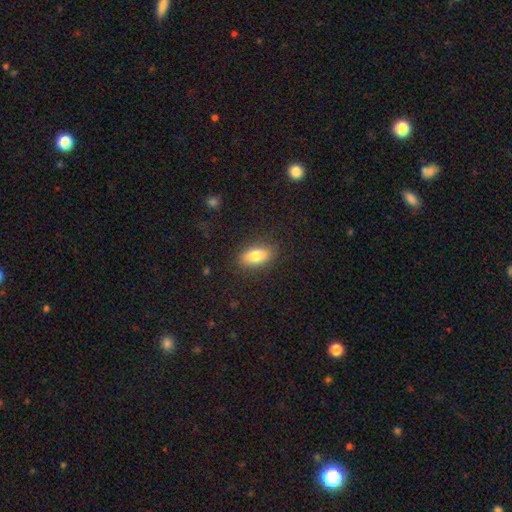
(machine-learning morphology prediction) A smooth galaxy with no disk features (80%) that is in between round and cigar-shaped (85%).

Vote fractions:
- Smooth or featured? smooth: 80% / featured or disk: 13% / star or artifact: 7%
- How rounded? in between: 85% / cigar-shaped: 10% / round: 5%
- Merging? none: 86% / minor disturbance: 10% / major disturbance: 3% / merger: 1%